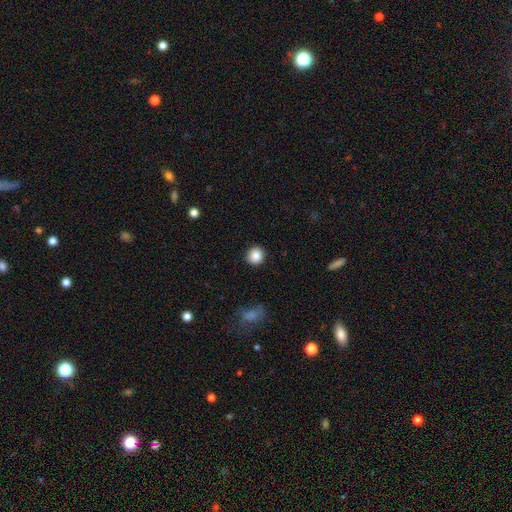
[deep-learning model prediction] smooth-or-featured: smooth: 86% | star or artifact: 9% | featured or disk: 4%
  how-rounded: round: 91% | in between: 8% | cigar-shaped: 1%
  merging: none: 89% | minor disturbance: 7% | major disturbance: 2% | merger: 1%